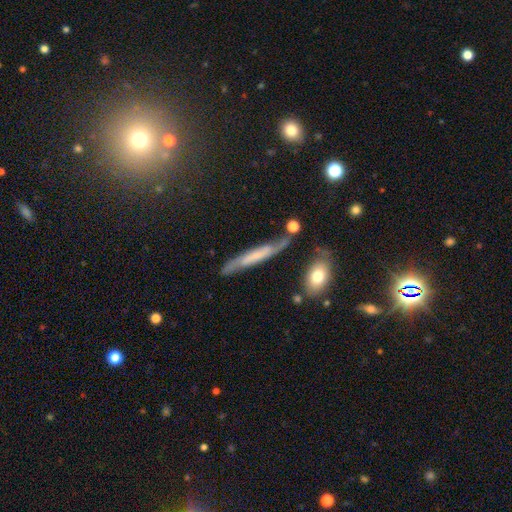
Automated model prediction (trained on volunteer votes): smooth_or_featured: featured or disk (p=0.56) [alt: smooth p=0.36]
disk_edge_on: yes (p=0.64) [alt: no p=0.36]
merging: none (p=0.66) [alt: minor disturbance p=0.22]